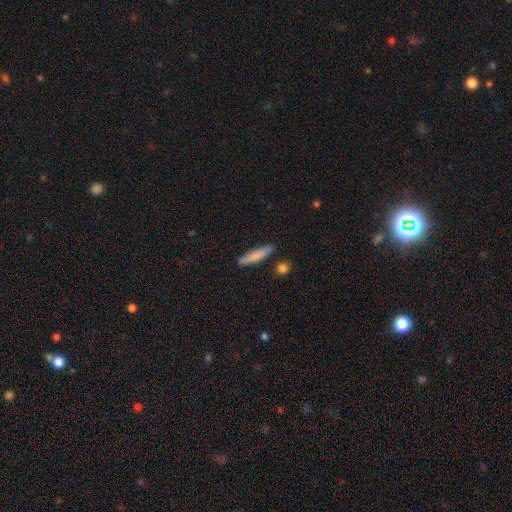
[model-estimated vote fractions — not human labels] Overall: smooth (81%). How rounded: cigar-shaped (85%). Merging: none (85%).